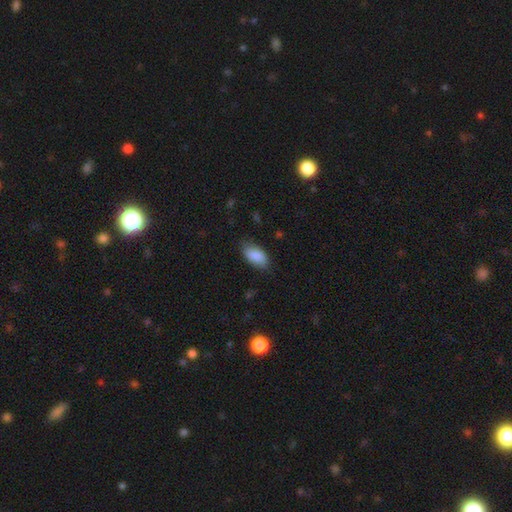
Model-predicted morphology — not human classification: Q: Smooth or featured?
A: smooth (88%); runner-up: star or artifact (6%)
Q: How rounded?
A: in between (92%); runner-up: cigar-shaped (5%)
Q: Merging?
A: none (77%); runner-up: minor disturbance (18%)